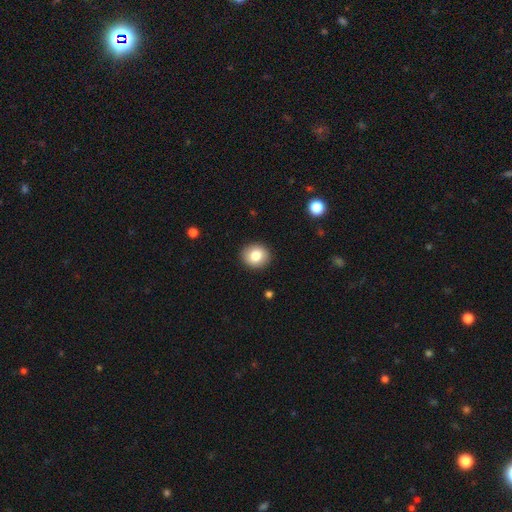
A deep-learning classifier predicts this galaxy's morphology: smooth-or-featured: smooth: 82% | featured or disk: 10% | star or artifact: 9%
  how-rounded: round: 75% | in between: 24% | cigar-shaped: 1%
  merging: none: 91% | minor disturbance: 6% | major disturbance: 2% | merger: 1%